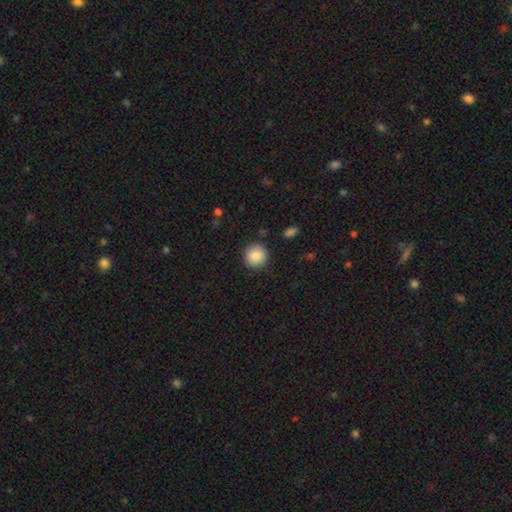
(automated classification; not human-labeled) smooth-or-featured: smooth: 88% | star or artifact: 8% | featured or disk: 4%
  how-rounded: round: 93% | in between: 6% | cigar-shaped: 1%
  merging: none: 90% | minor disturbance: 7% | major disturbance: 2% | merger: 1%